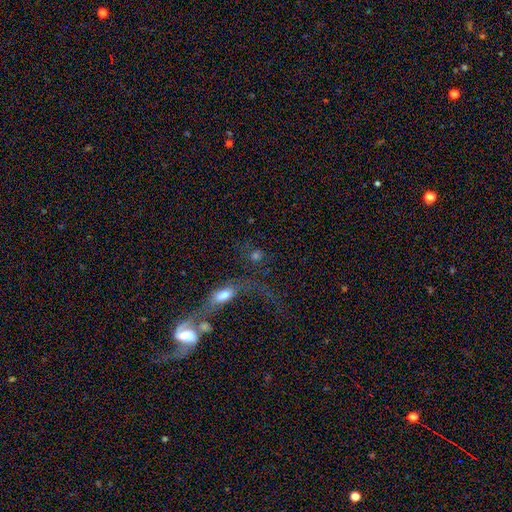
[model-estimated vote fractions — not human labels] Overall: smooth (52%; featured or disk 29%). How rounded: round (45%; in between 43%). Merging: merger (37%; none 33%).